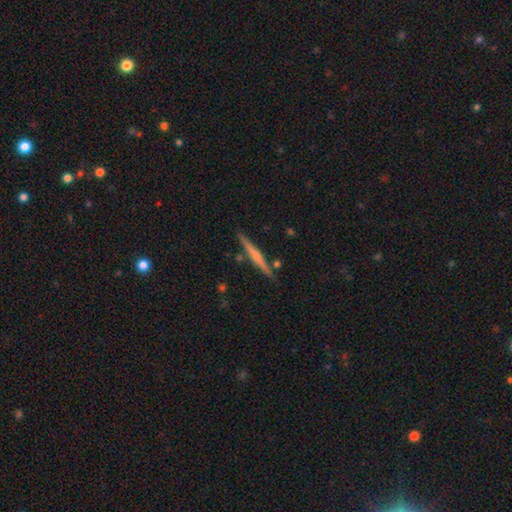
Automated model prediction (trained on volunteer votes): A featured or disk galaxy (57%) viewed edge-on (98%) with no central bulge (45%).

Vote fractions:
- Smooth or featured? featured or disk: 57% / smooth: 38% / star or artifact: 6%
- Edge-on disk? yes: 98% / no: 2%
- Edge-on bulge? none: 45% / rounded: 41% / boxy: 14%
- Merging? none: 86% / minor disturbance: 9% / merger: 4% / major disturbance: 2%